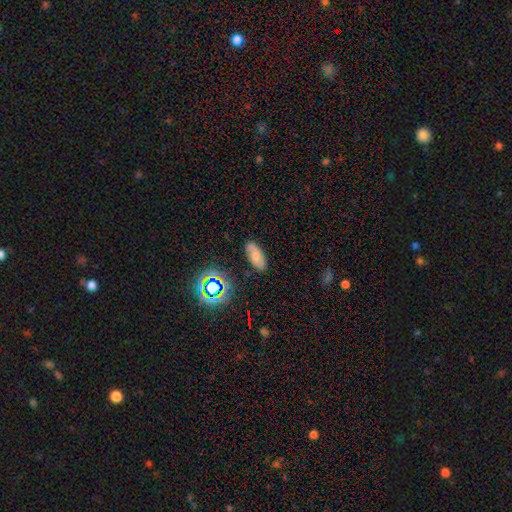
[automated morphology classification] This appears to be a smooth galaxy with no disk features (63%) that is in between round and cigar-shaped (87%). Merging: none (81%).